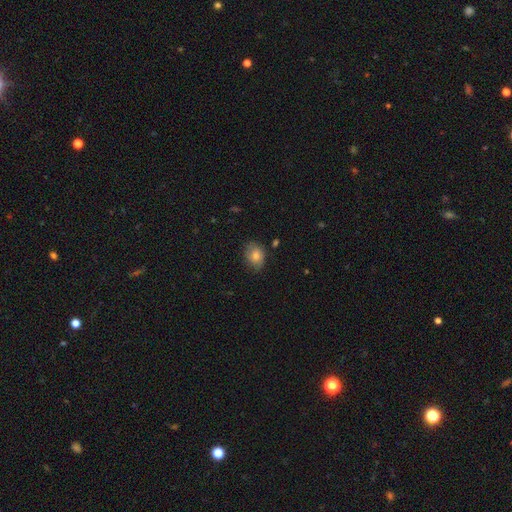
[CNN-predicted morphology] The model was most divided on "how rounded": in between: 63%, round: 36%, cigar-shaped: 1%. More confident: smooth or featured — smooth (74%); merging — none (74%).